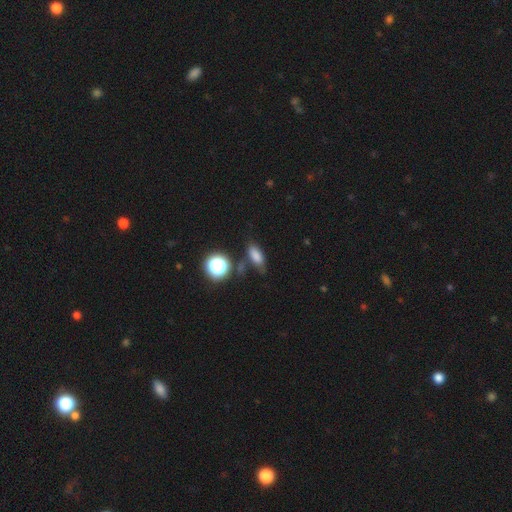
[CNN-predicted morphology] Smooth or featured?
  - smooth: 75% *
  - star or artifact: 15%
  - featured or disk: 10%
How rounded?
  - in between: 76% *
  - round: 12%
  - cigar-shaped: 12%
Merging?
  - none: 63% *
  - minor disturbance: 21%
  - merger: 8%
  - major disturbance: 8%